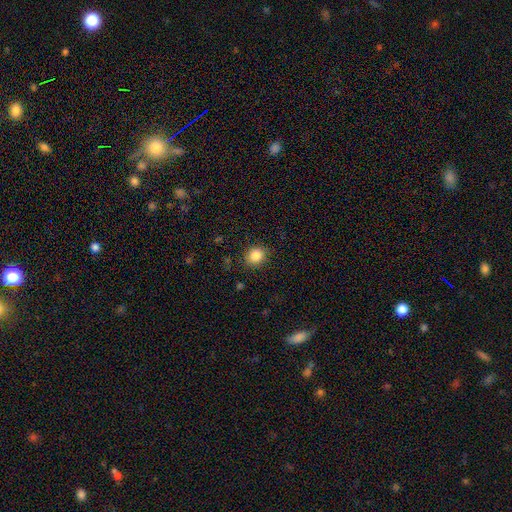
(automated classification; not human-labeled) Smooth or featured? Predicted: smooth (p=0.85). How rounded? Predicted: round (p=0.67). Merging? Predicted: none (p=0.88).